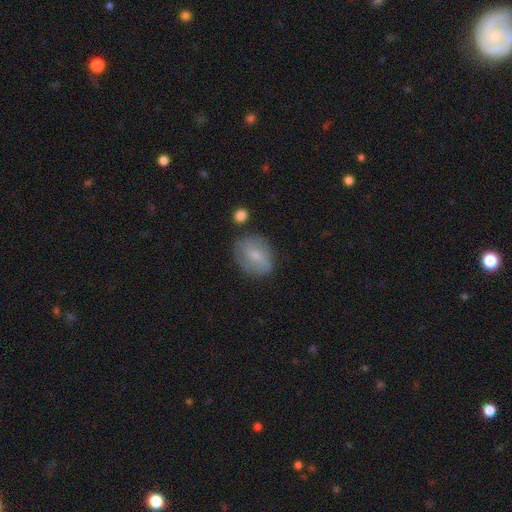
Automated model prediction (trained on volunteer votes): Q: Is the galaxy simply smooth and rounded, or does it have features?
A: smooth — 55%.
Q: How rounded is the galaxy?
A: in between — 55%.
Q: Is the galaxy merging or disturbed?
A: none — 67%.